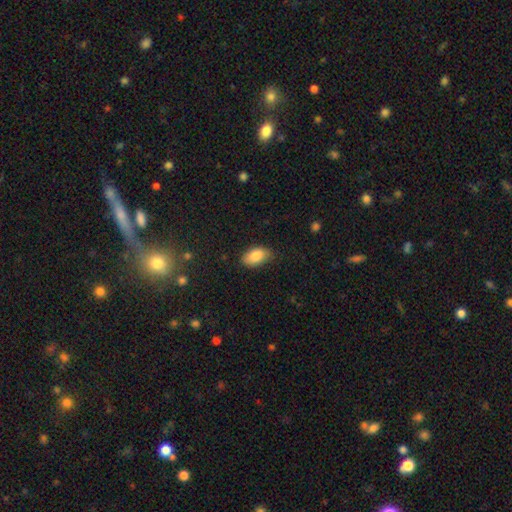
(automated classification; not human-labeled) smooth_or_featured: smooth (p=0.85) [alt: featured or disk p=0.08]
how_rounded: in between (p=0.93) [alt: round p=0.05]
merging: none (p=0.77) [alt: minor disturbance p=0.19]